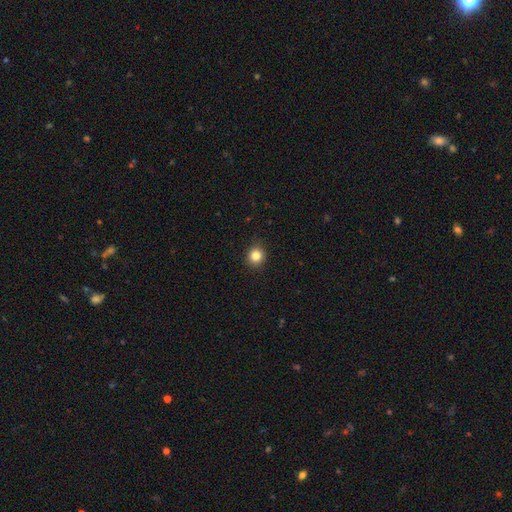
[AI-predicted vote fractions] Smooth or featured? smooth (83%)
How rounded? round (86%)
Merging? none (89%)